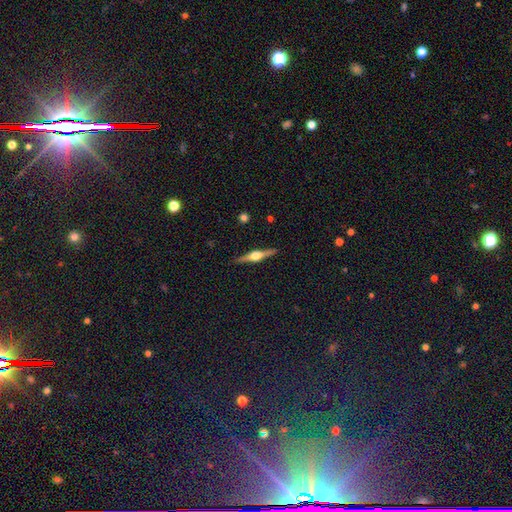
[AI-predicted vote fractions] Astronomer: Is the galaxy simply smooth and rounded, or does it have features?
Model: featured or disk — 77%.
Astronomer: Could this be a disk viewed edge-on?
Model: yes — 98%.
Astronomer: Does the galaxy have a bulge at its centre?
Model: rounded — 94%.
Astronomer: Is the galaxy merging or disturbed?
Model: none — 91%.